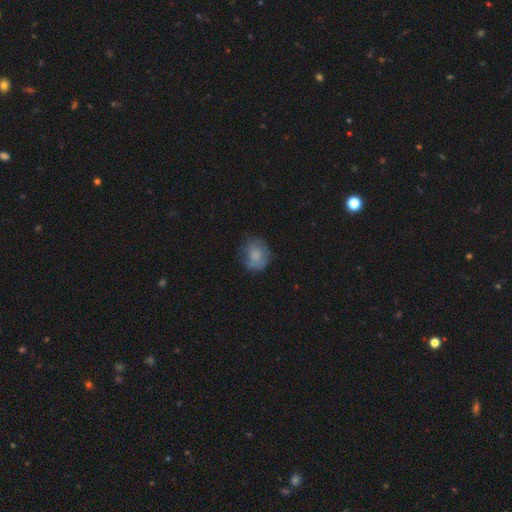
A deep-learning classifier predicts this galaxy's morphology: Overall: smooth (71%). How rounded: round (64%; in between 35%). Merging: none (59%; minor disturbance 27%).